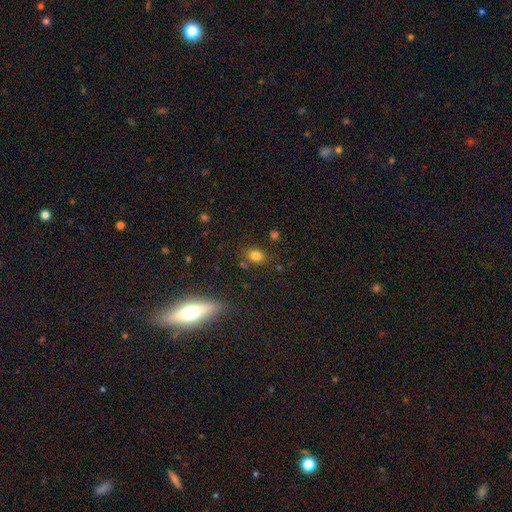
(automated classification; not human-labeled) Smooth or featured? Predicted: smooth (p=0.79). How rounded? Predicted: in between (p=0.57). Merging? Predicted: none (p=0.78).